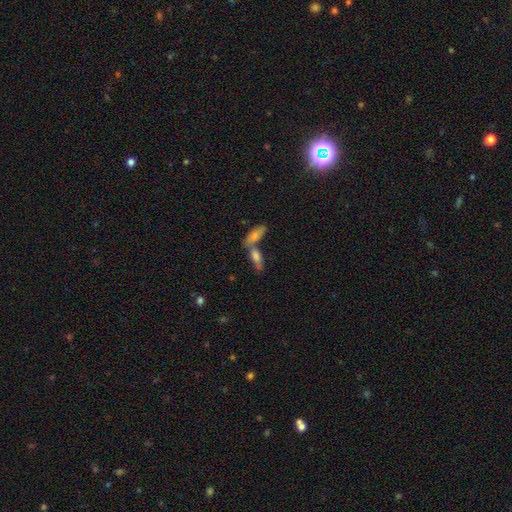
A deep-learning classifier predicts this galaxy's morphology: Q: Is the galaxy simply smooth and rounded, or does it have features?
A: smooth — 53%.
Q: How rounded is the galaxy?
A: in between — 55%.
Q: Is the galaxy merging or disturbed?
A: merger — 46%.